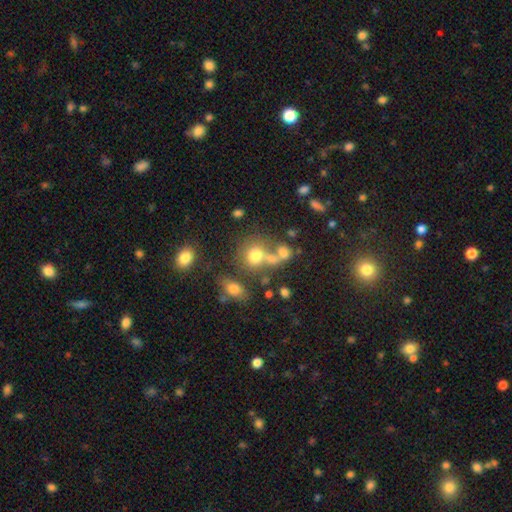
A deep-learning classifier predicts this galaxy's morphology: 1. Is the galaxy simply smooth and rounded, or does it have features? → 70% smooth, 16% star or artifact, 14% featured or disk.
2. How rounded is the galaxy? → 72% round, 27% in between, 1% cigar-shaped.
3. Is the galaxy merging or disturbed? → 45% none, 33% merger, 12% minor disturbance, 9% major disturbance.